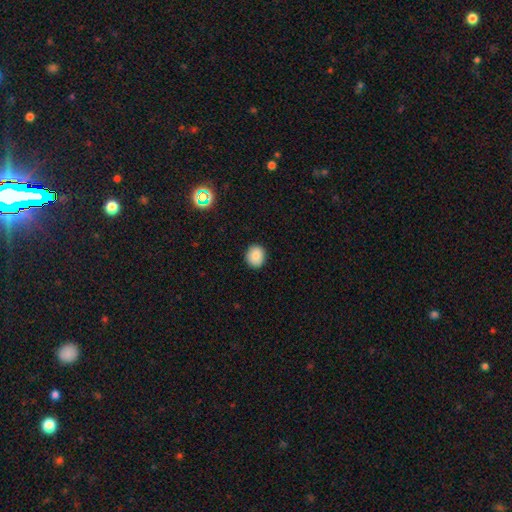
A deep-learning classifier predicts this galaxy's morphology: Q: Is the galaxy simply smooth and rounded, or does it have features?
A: smooth — 86%.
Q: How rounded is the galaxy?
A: round — 80%.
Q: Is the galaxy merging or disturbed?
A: none — 90%.